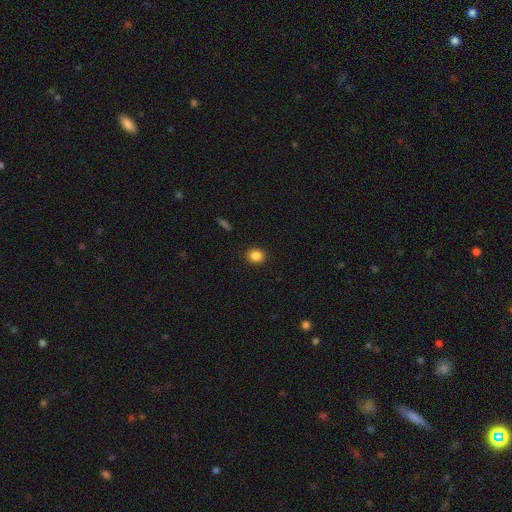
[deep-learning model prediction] Morphology: type=smooth (86%); roundness=round (62%); merging=none (91%).